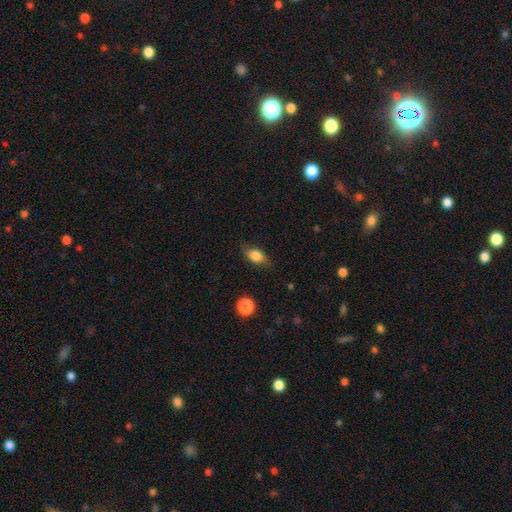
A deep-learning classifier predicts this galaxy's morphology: Smooth or featured?
  - smooth: 80% *
  - featured or disk: 11%
  - star or artifact: 9%
How rounded?
  - in between: 81% *
  - round: 13%
  - cigar-shaped: 5%
Merging?
  - none: 78% *
  - minor disturbance: 16%
  - major disturbance: 4%
  - merger: 1%